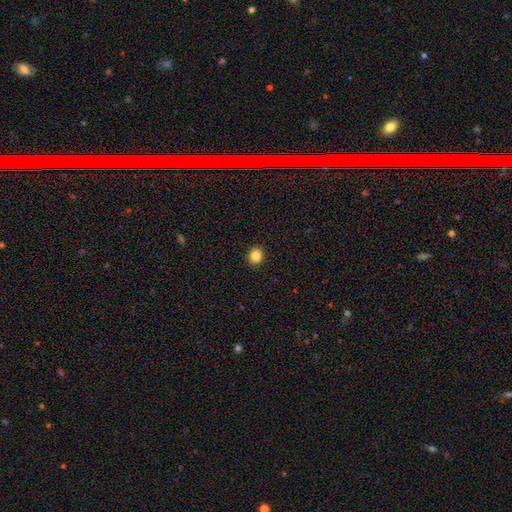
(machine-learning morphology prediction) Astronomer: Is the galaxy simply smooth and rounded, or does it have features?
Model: smooth — 85%.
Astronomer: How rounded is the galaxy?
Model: round — 80%.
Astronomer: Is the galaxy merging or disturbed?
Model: none — 92%.